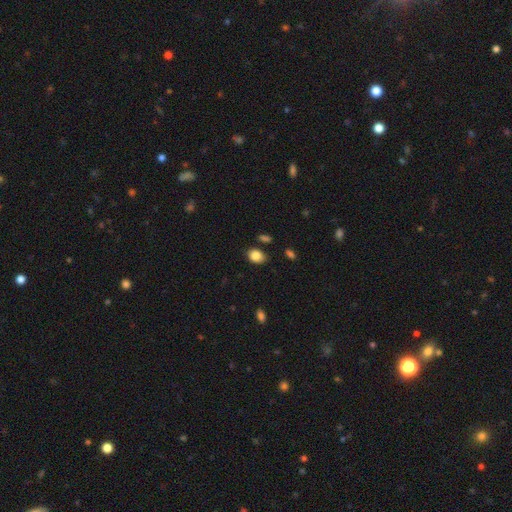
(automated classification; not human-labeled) This appears to be a smooth galaxy with no disk features (85%) that is in between round and cigar-shaped (70%). Merging: none (76%).